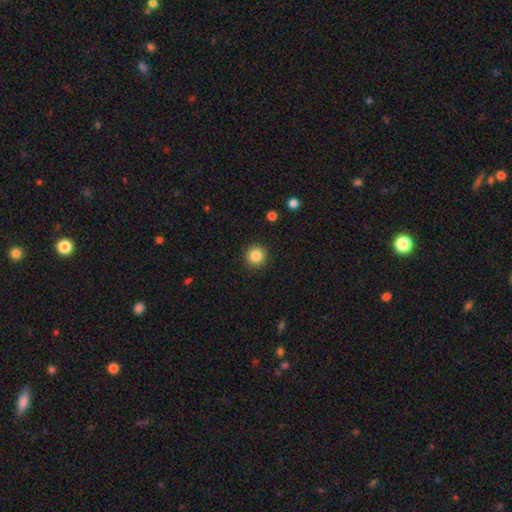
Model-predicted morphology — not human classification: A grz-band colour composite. It shows a smooth galaxy with no disk features (85%) that is round (95%). Merging: none (92%).